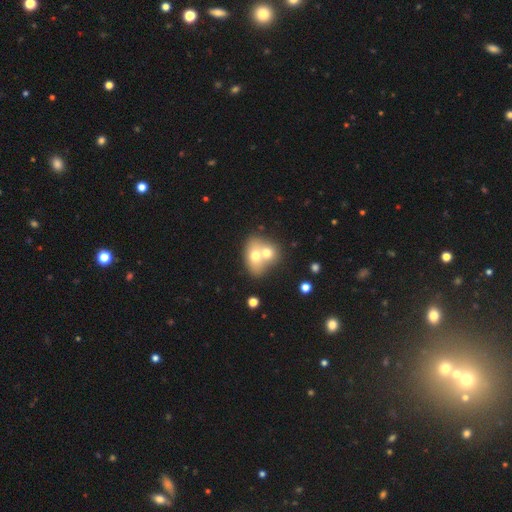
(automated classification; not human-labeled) smooth_or_featured: smooth (p=0.64) [alt: featured or disk p=0.27]
how_rounded: in between (p=0.59) [alt: round p=0.40]
merging: merger (p=0.71) [alt: none p=0.21]